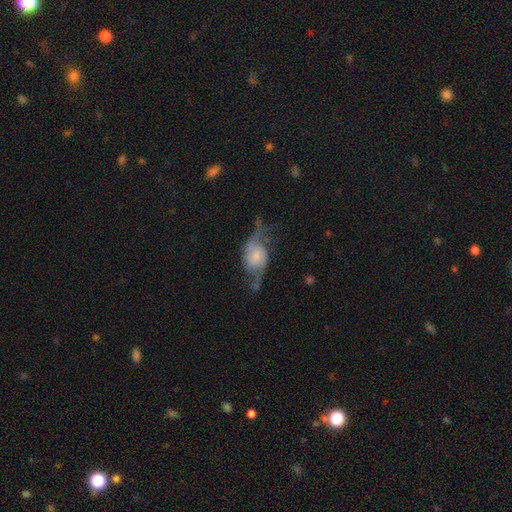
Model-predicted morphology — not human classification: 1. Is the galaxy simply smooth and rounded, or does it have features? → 70% featured or disk, 23% smooth, 7% star or artifact.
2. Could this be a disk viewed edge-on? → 92% no, 8% yes.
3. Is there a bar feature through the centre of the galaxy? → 64% no, 29% weak, 7% strong.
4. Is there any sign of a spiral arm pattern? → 87% yes, 13% no.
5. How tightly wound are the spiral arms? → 70% loose, 23% medium, 7% tight.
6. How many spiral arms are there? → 90% 2, 5% can't tell, 2% 1, 1% 3, 1% 4, 1% more than 4.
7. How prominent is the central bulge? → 42% small, 26% moderate, 16% none, 12% large, 4% dominant.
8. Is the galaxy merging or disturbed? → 47% none, 25% minor disturbance, 25% major disturbance, 3% merger.